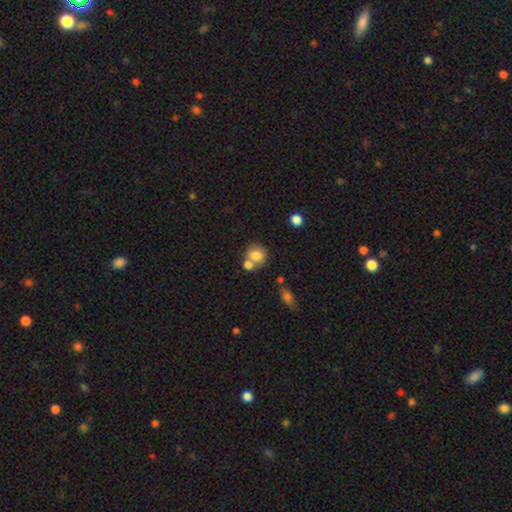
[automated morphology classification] Smooth or featured?
  - smooth: 78% *
  - featured or disk: 13%
  - star or artifact: 10%
How rounded?
  - round: 77% *
  - in between: 22%
  - cigar-shaped: 1%
Merging?
  - none: 49% *
  - merger: 36%
  - minor disturbance: 11%
  - major disturbance: 4%